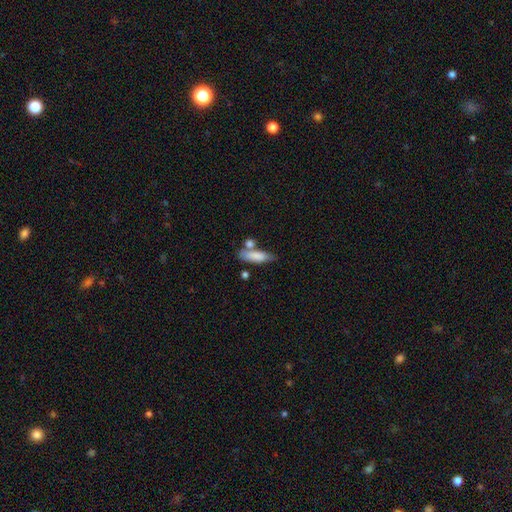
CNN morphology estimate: This is clearly a smooth galaxy (81%). How rounded: possibly in between (50%). Merging: possibly none (54%).